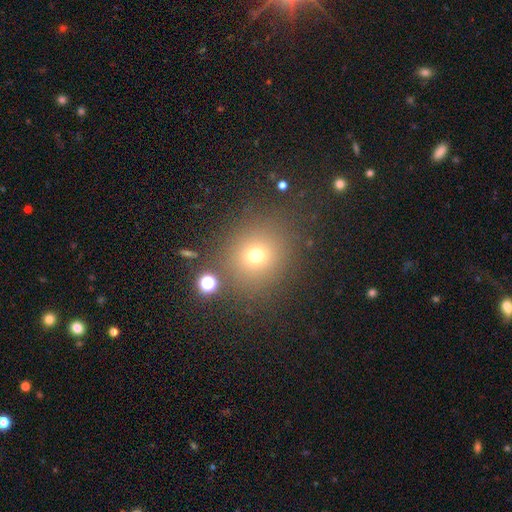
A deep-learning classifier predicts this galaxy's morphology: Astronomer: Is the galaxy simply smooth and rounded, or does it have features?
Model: smooth — 69%.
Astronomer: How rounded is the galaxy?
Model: round — 83%.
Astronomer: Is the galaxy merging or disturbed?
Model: none — 82%.